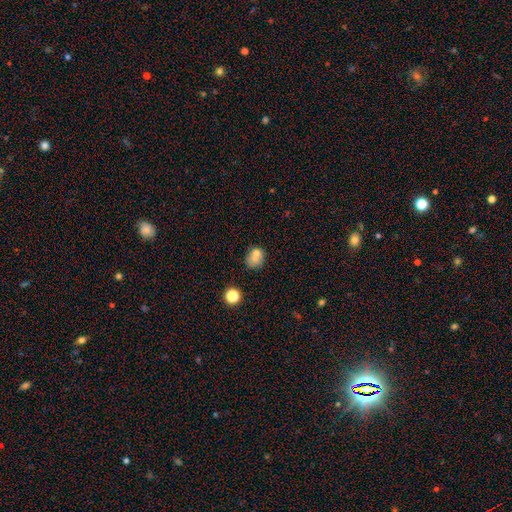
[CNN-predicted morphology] Q: Smooth or featured?
A: smooth (71%); runner-up: featured or disk (16%)
Q: How rounded?
A: round (68%); runner-up: in between (31%)
Q: Merging?
A: none (53%); runner-up: merger (26%)